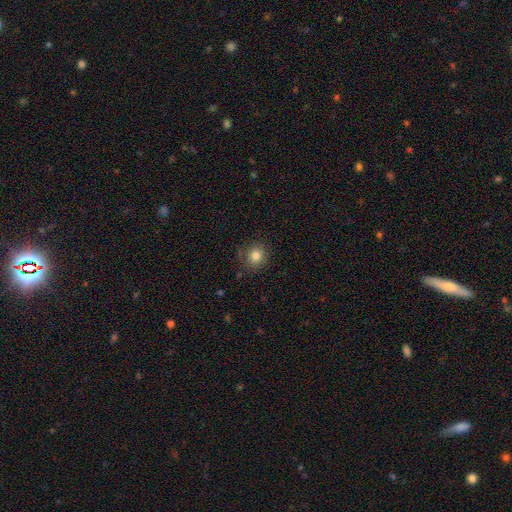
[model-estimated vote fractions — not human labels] Smooth or featured?
  - smooth: 82% *
  - star or artifact: 11%
  - featured or disk: 7%
How rounded?
  - round: 85% *
  - in between: 14%
  - cigar-shaped: 1%
Merging?
  - none: 80% *
  - minor disturbance: 14%
  - major disturbance: 5%
  - merger: 2%